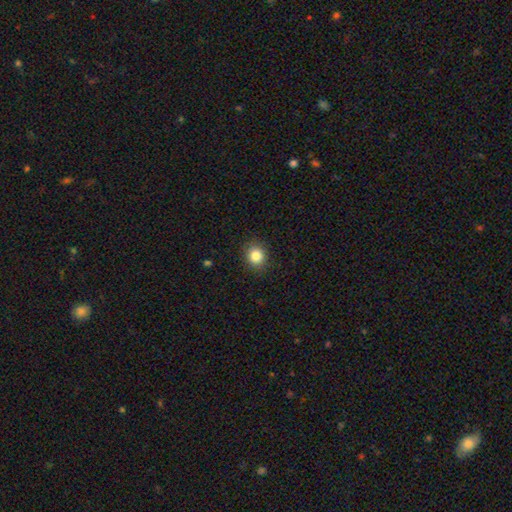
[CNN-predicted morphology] Overall: smooth (85%). How rounded: round (78%). Merging: none (89%).